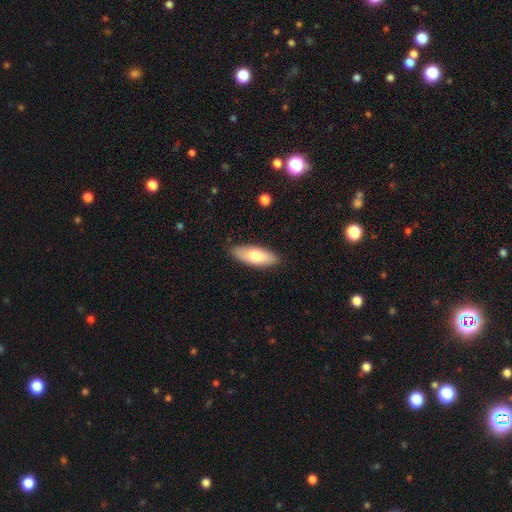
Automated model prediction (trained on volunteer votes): Morphology: type=smooth (72%); roundness=in between (71%); merging=none (87%).